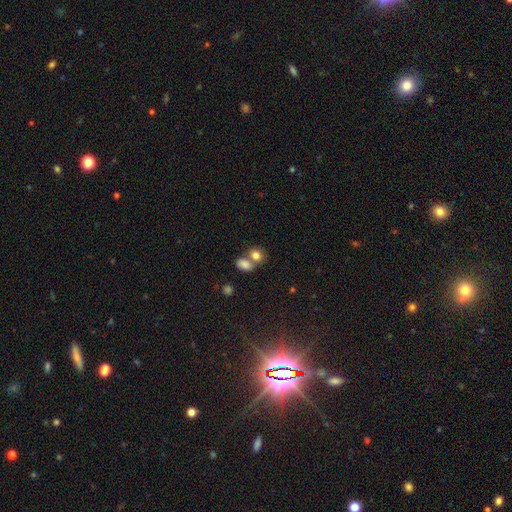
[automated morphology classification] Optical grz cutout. It shows a smooth galaxy with no disk features (81%) that is in between round and cigar-shaped (53%). Merging: merger (48%).